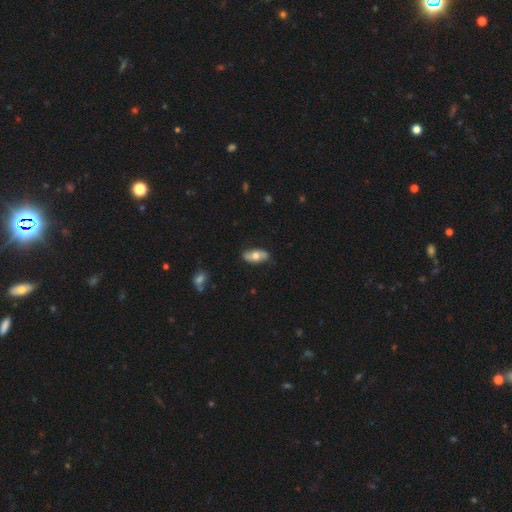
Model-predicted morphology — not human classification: smooth-or-featured: smooth: 56% | featured or disk: 38% | star or artifact: 6%
  how-rounded: in between: 88% | cigar-shaped: 8% | round: 4%
  merging: none: 82% | minor disturbance: 14% | major disturbance: 3% | merger: 1%